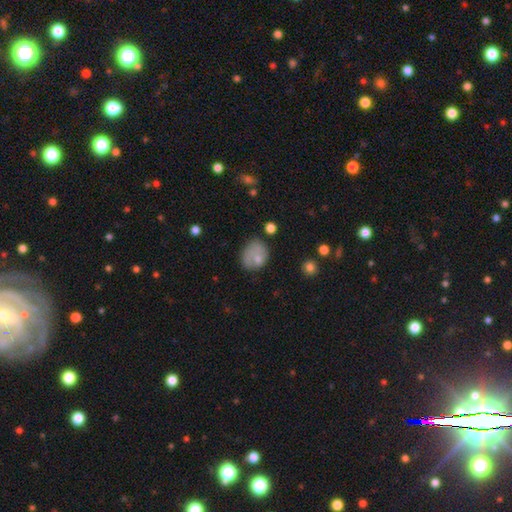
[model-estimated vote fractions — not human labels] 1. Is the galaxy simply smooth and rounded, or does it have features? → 68% smooth, 23% featured or disk, 9% star or artifact.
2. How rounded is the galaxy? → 52% round, 47% in between, 1% cigar-shaped.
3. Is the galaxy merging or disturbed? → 45% none, 28% minor disturbance, 18% major disturbance, 8% merger.